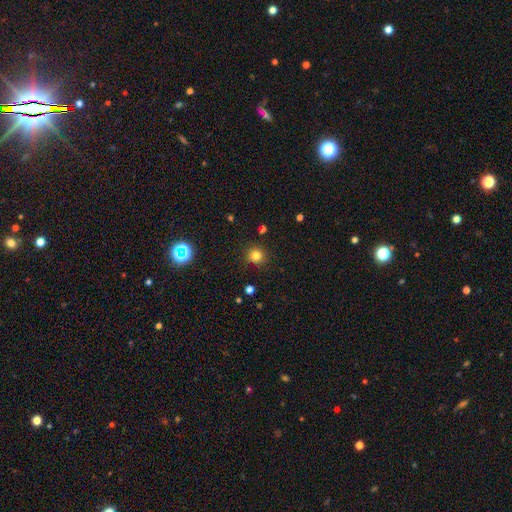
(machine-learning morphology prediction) The model was most divided on "smooth or featured": smooth: 79%, star or artifact: 16%, featured or disk: 5%. More confident: how rounded — round (92%); merging — none (90%).